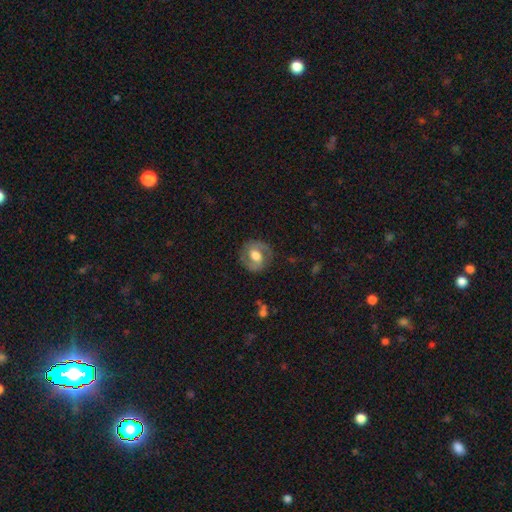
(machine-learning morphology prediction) Smooth or featured: featured or disk — 56% (smooth — 37%)
Edge-on disk: no — 96% (yes — 4%)
Bar: no — 41% (weak — 40%)
Spiral arms: yes — 63% (no — 37%)
Bulge size: moderate — 55% (large — 34%)
Merging: none — 79% (minor disturbance — 14%)